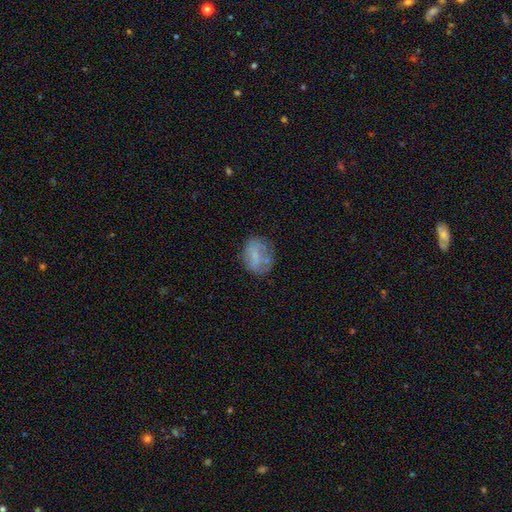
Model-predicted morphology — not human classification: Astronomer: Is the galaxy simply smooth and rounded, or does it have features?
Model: smooth — 59%.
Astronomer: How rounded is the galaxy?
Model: in between — 50% (runner-up: round, 48%).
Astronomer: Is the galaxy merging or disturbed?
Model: none — 61%.